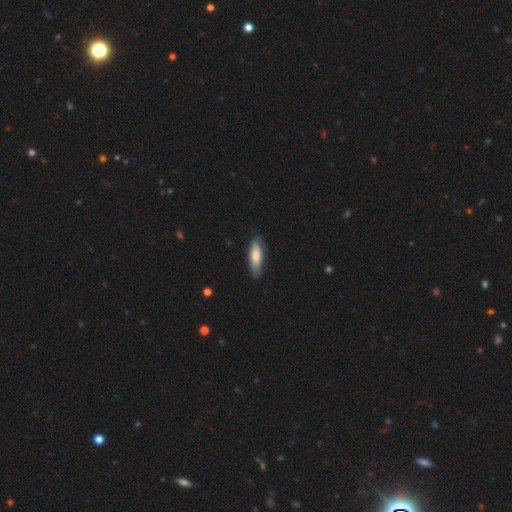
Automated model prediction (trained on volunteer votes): Overall: smooth (76%). How rounded: cigar-shaped (53%; in between 45%). Merging: none (82%).